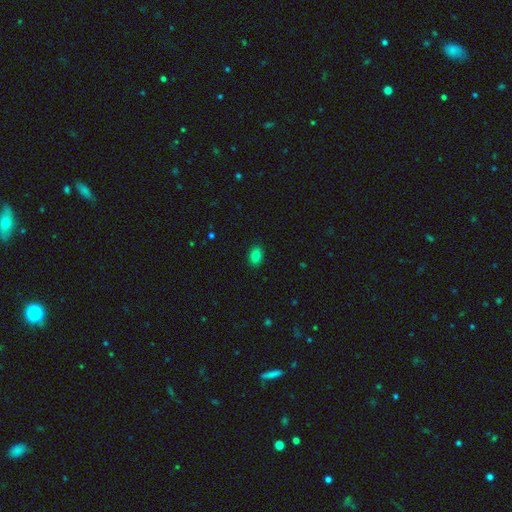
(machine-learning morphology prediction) Smooth or featured?
  - smooth: 82% *
  - star or artifact: 12%
  - featured or disk: 6%
How rounded?
  - in between: 79% *
  - round: 20%
  - cigar-shaped: 1%
Merging?
  - none: 89% *
  - minor disturbance: 8%
  - major disturbance: 2%
  - merger: 1%